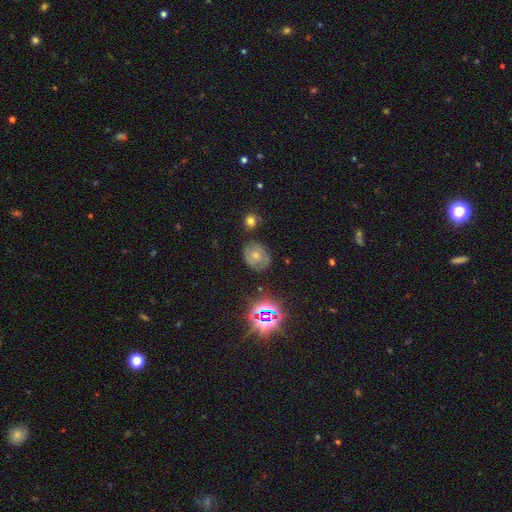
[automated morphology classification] Smooth or featured? Predicted: smooth (p=0.47). Merging? Predicted: none (p=0.63).